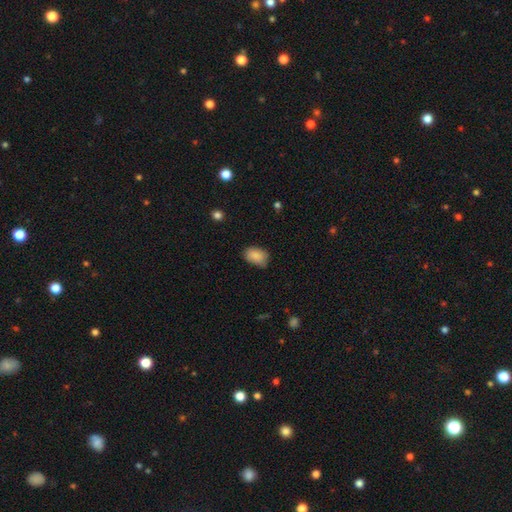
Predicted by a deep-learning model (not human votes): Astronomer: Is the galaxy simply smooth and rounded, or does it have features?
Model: smooth — 87%.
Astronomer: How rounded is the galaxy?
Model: in between — 81%.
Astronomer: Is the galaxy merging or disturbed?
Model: none — 69%.